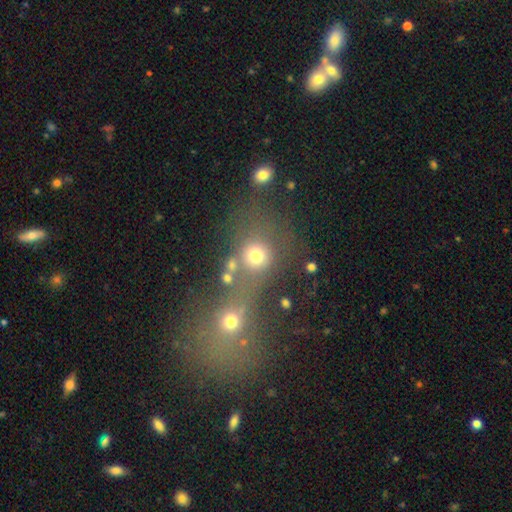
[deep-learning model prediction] Q: Smooth or featured?
A: smooth (69%); runner-up: star or artifact (18%)
Q: How rounded?
A: round (76%); runner-up: in between (22%)
Q: Merging?
A: merger (41%); runner-up: none (37%)